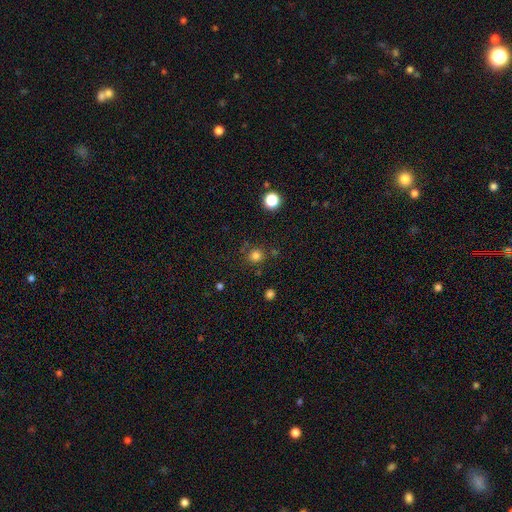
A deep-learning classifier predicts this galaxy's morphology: This is likely a smooth galaxy (79%). How rounded: clearly round (91%). Merging: clearly none (80%).